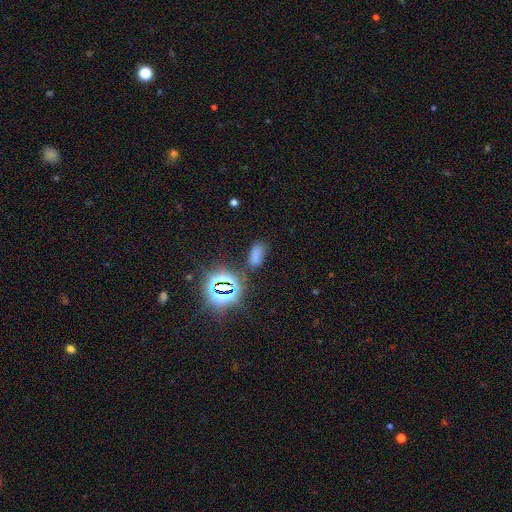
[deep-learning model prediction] This is likely a smooth galaxy (61%). How rounded: clearly in between (88%). Merging: likely none (66%).